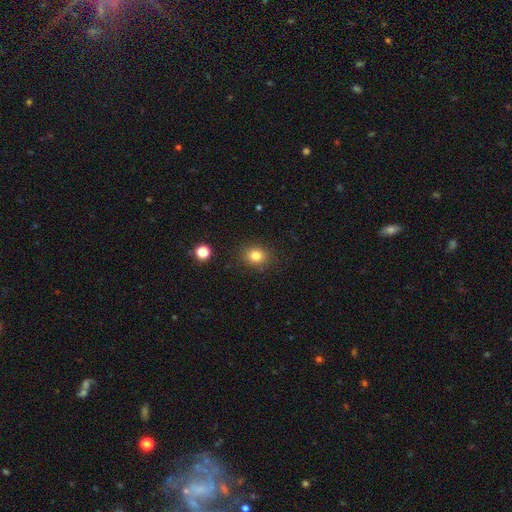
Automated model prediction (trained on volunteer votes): The model was most divided on "how rounded": round: 66%, in between: 33%, cigar-shaped: 1%. More confident: merging — none (86%); smooth or featured — smooth (81%).